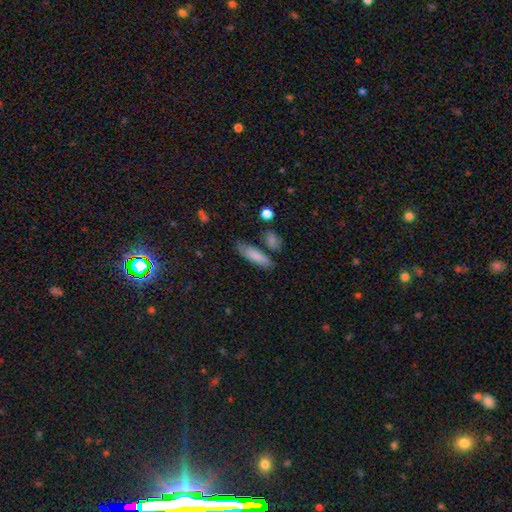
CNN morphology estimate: Smooth or featured? smooth (80%)
How rounded? cigar-shaped (53%)
Merging? none (65%)